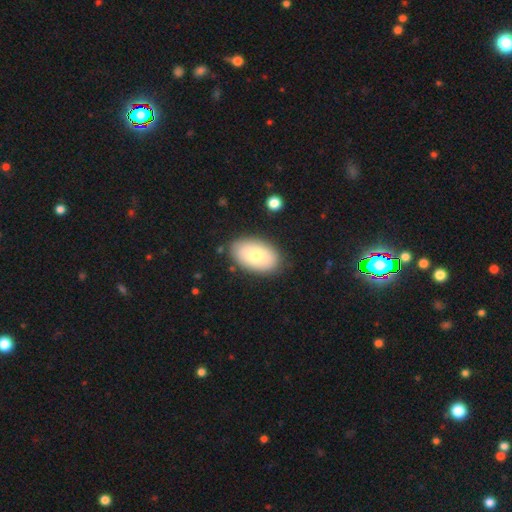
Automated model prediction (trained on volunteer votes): smooth 74%, featured or disk 20%, star or artifact 7%. Down the decision tree: how rounded — in between (92%); merging — none (84%).